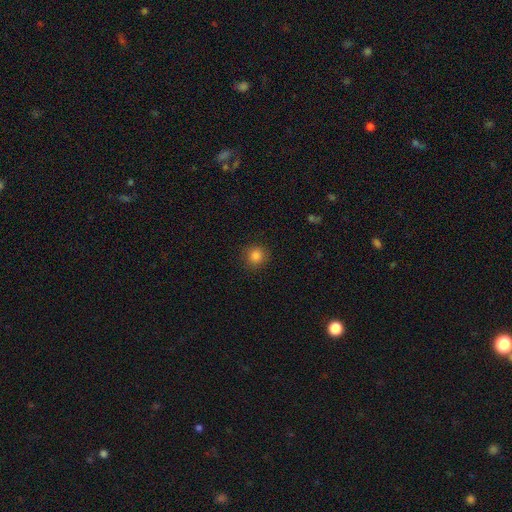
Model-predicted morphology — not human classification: Smooth or featured?
  - smooth: 84% *
  - star or artifact: 12%
  - featured or disk: 4%
How rounded?
  - round: 91% *
  - in between: 8%
  - cigar-shaped: 1%
Merging?
  - none: 89% *
  - minor disturbance: 8%
  - major disturbance: 2%
  - merger: 1%